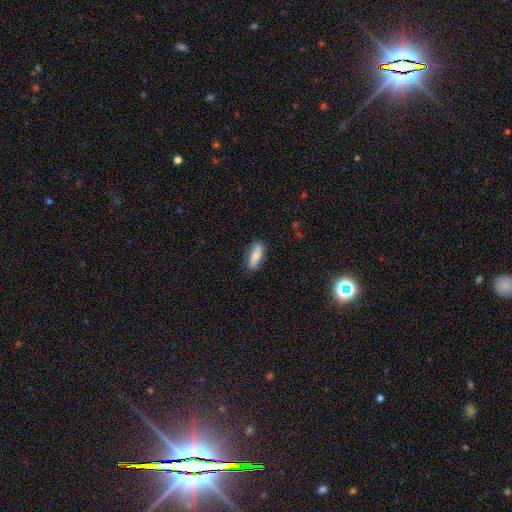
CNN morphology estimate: Smooth or featured? Predicted: smooth (p=0.66). How rounded? Predicted: in between (p=0.66). Merging? Predicted: none (p=0.81).